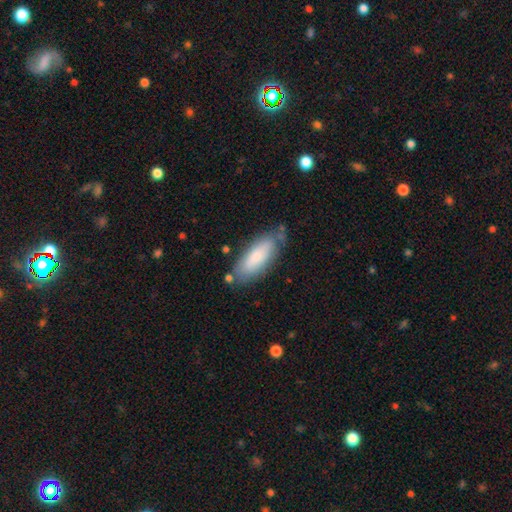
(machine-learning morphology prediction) smooth_or_featured: smooth (p=0.79) [alt: featured or disk p=0.15]
how_rounded: in between (p=0.72) [alt: cigar-shaped p=0.26]
merging: none (p=0.70) [alt: minor disturbance p=0.20]